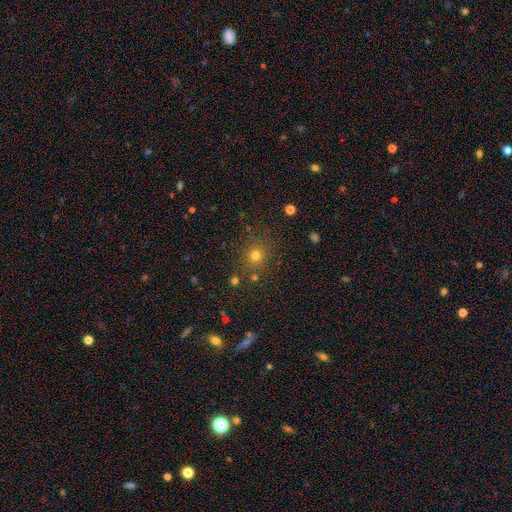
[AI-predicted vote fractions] A smooth galaxy with no disk features (72%) that is round (88%).

Vote fractions:
- Smooth or featured? smooth: 72% / star or artifact: 20% / featured or disk: 7%
- How rounded? round: 88% / in between: 11% / cigar-shaped: 1%
- Merging? none: 84% / minor disturbance: 9% / merger: 4% / major disturbance: 4%